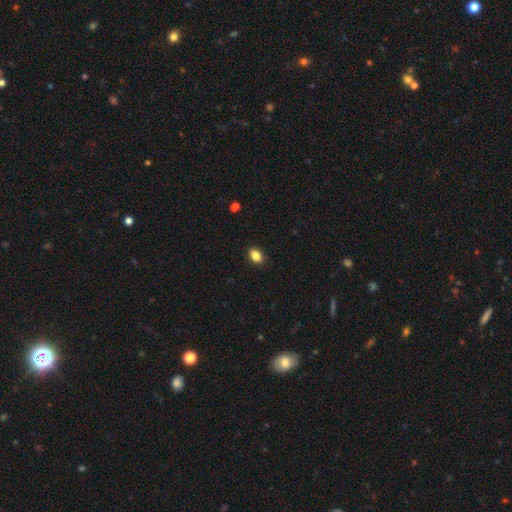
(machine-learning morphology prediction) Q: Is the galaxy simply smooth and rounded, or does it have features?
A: smooth — 86%.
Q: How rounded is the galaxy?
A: in between — 78%.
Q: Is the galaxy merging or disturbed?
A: none — 88%.